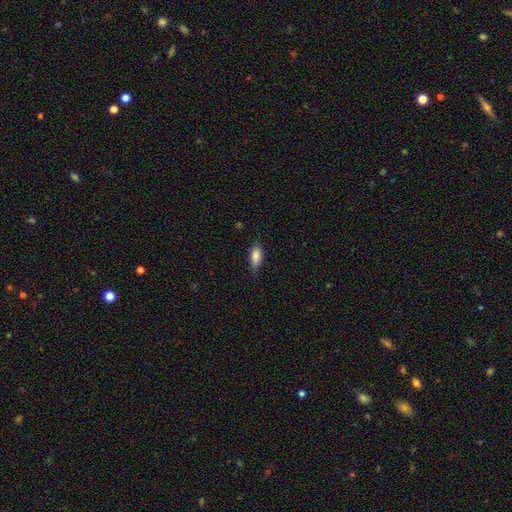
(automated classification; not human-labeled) A smooth galaxy with no disk features (81%) that is in between round and cigar-shaped (80%). Merging: none (73%).